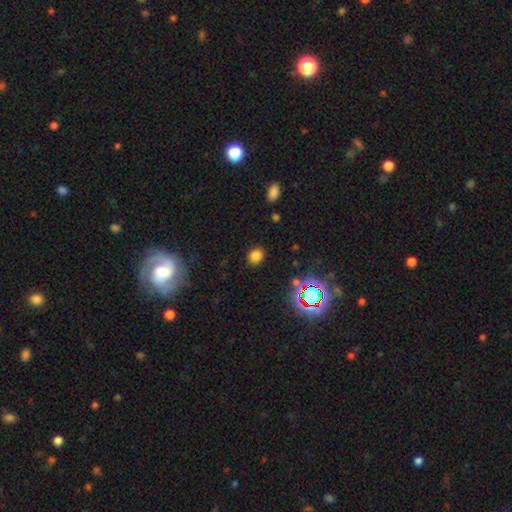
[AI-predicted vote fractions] Smooth or featured: smooth — 76% (star or artifact — 19%)
How rounded: round — 67% (in between — 32%)
Merging: none — 87% (minor disturbance — 8%)